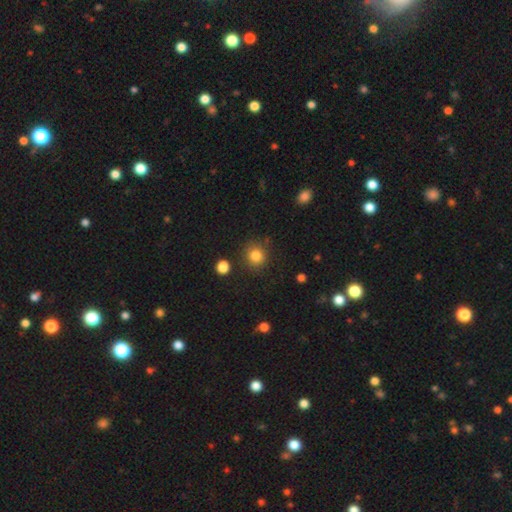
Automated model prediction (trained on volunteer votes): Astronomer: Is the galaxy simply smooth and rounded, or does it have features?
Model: smooth — 83%.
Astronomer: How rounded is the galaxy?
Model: round — 89%.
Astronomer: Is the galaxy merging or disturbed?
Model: none — 85%.